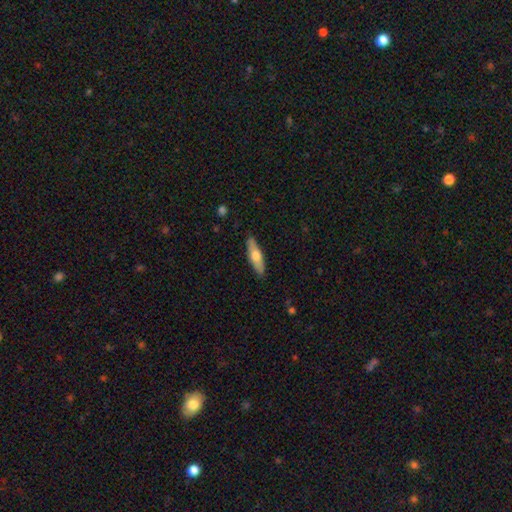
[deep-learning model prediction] smooth_or_featured: smooth (p=0.57) [alt: featured or disk p=0.38]
how_rounded: cigar-shaped (p=0.57) [alt: in between p=0.41]
merging: none (p=0.88) [alt: minor disturbance p=0.09]